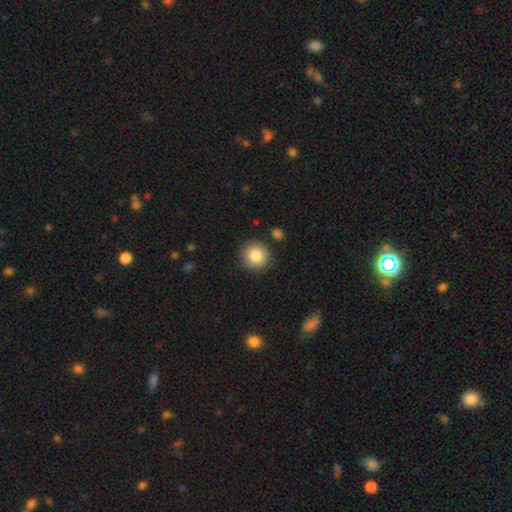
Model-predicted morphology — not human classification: smooth-or-featured: smooth: 84% | star or artifact: 9% | featured or disk: 7%
  how-rounded: round: 93% | in between: 6% | cigar-shaped: 1%
  merging: none: 88% | minor disturbance: 7% | merger: 3% | major disturbance: 2%